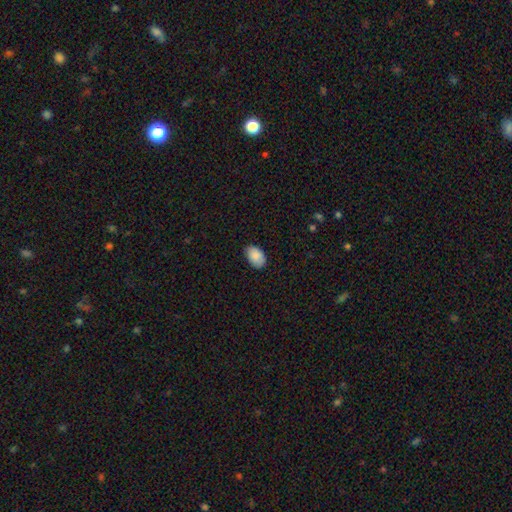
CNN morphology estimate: Smooth or featured? smooth (89%)
How rounded? in between (89%)
Merging? none (81%)